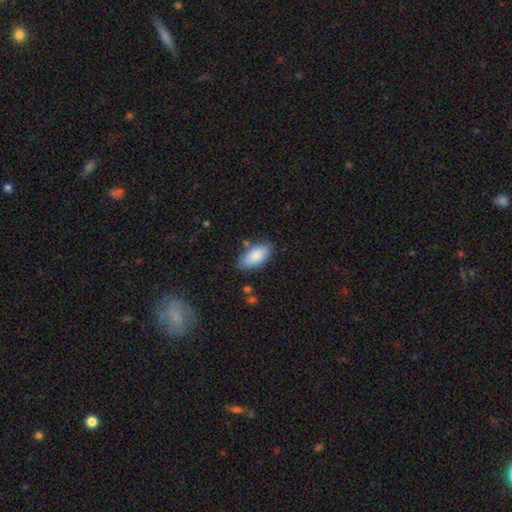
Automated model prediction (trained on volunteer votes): smooth 85%, featured or disk 8%, star or artifact 6%. Down the decision tree: how rounded — in between (93%); merging — none (78%).